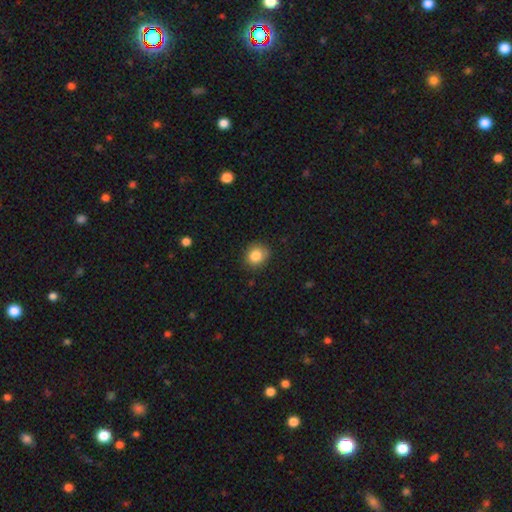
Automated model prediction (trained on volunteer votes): Smooth or featured?
  - smooth: 85% *
  - star or artifact: 10%
  - featured or disk: 6%
How rounded?
  - round: 78% *
  - in between: 21%
  - cigar-shaped: 1%
Merging?
  - none: 83% *
  - minor disturbance: 13%
  - major disturbance: 3%
  - merger: 1%